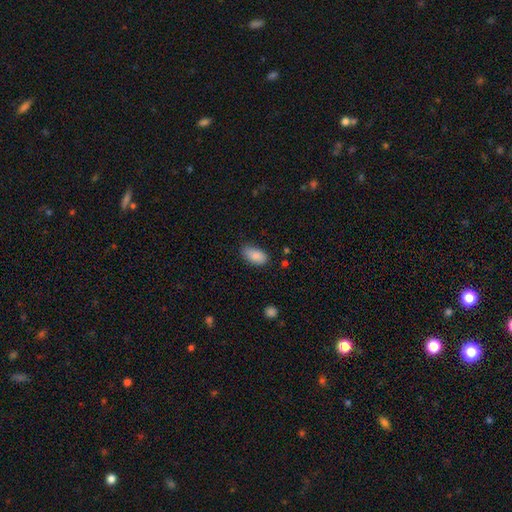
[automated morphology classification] This is clearly a smooth galaxy (88%). How rounded: clearly in between (93%). Merging: likely none (77%).